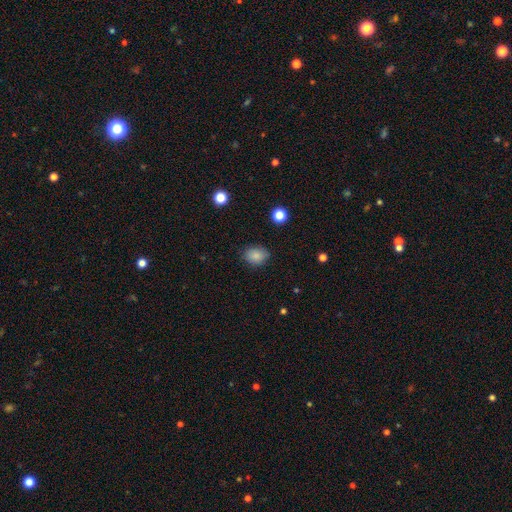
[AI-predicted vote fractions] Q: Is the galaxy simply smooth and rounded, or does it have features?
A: smooth — 85%.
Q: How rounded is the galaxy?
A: in between — 58%.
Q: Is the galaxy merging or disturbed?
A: none — 82%.